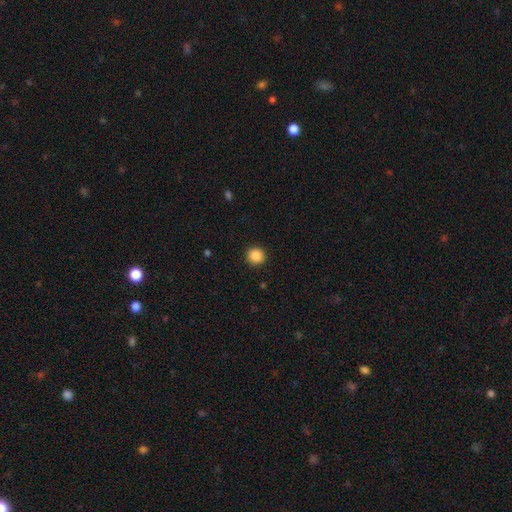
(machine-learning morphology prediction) smooth-or-featured: smooth: 88% | star or artifact: 10% | featured or disk: 3%
  how-rounded: round: 94% | in between: 5% | cigar-shaped: 1%
  merging: none: 92% | minor disturbance: 5% | major disturbance: 2% | merger: 1%